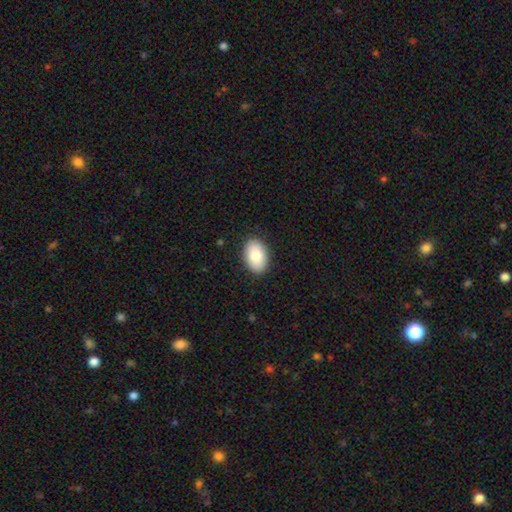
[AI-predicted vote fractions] The model was most divided on "smooth or featured": smooth: 84%, featured or disk: 10%, star or artifact: 6%. More confident: how rounded — in between (91%); merging — none (89%).